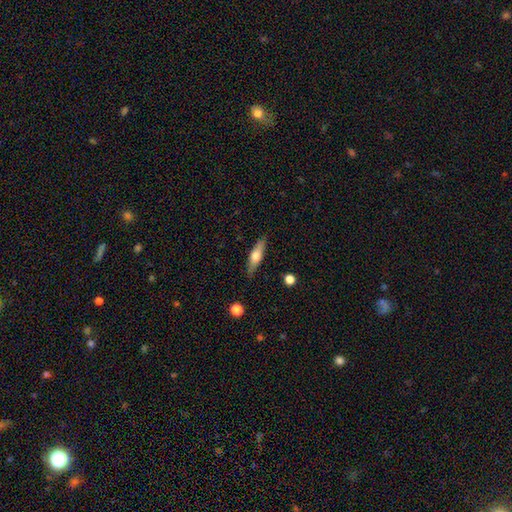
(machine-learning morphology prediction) A smooth galaxy with no disk features (52%) that is cigar-shaped (63%). Merging: none (85%).